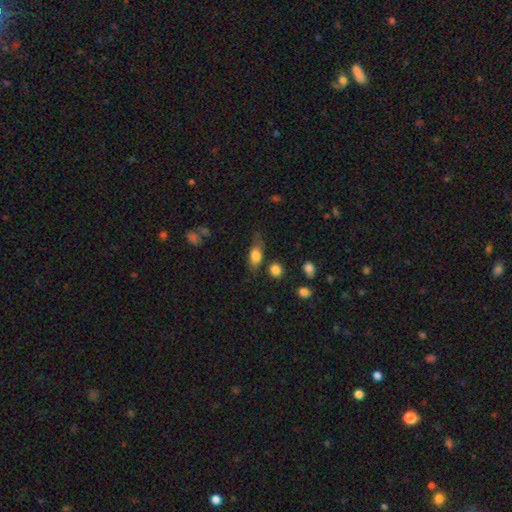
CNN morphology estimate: The model was most divided on "merging": none: 59%, minor disturbance: 26%, major disturbance: 10%, merger: 5%. More confident: smooth or featured — smooth (78%); how rounded — in between (76%).